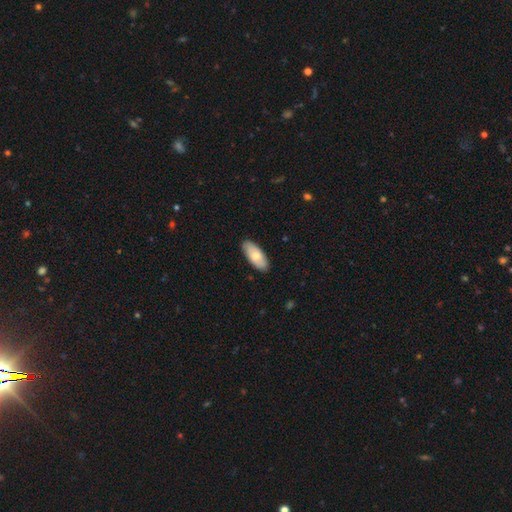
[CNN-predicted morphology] smooth-or-featured: smooth: 73% | featured or disk: 22% | star or artifact: 5%
  how-rounded: in between: 87% | cigar-shaped: 11% | round: 2%
  merging: none: 87% | minor disturbance: 10% | major disturbance: 2% | merger: 1%